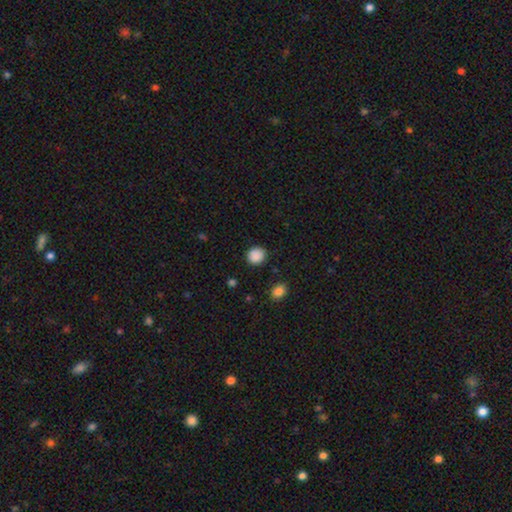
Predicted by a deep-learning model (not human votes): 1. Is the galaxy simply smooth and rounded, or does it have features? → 88% smooth, 9% star or artifact, 3% featured or disk.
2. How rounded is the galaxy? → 86% round, 13% in between, 1% cigar-shaped.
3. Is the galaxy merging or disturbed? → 87% none, 9% minor disturbance, 3% major disturbance, 1% merger.